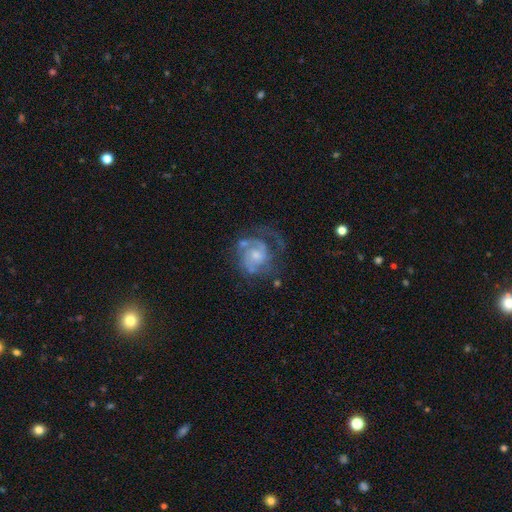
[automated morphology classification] Smooth or featured?
  - featured or disk: 81% *
  - smooth: 13%
  - star or artifact: 6%
Edge-on disk?
  - no: 98% *
  - yes: 2%
Bar?
  - no: 65% *
  - weak: 31%
  - strong: 5%
Spiral arms?
  - yes: 92% *
  - no: 8%
Spiral winding?
  - tight: 44% *
  - medium: 41%
  - loose: 15%
Spiral arm count?
  - 2: 47% *
  - can't tell: 19%
  - 1: 16%
  - 3: 12%
  - 4: 3%
  - more than 4: 3%
Bulge size?
  - moderate: 45% *
  - small: 43%
  - none: 6%
  - large: 5%
  - dominant: 1%
Merging?
  - none: 48% *
  - major disturbance: 26%
  - minor disturbance: 21%
  - merger: 5%